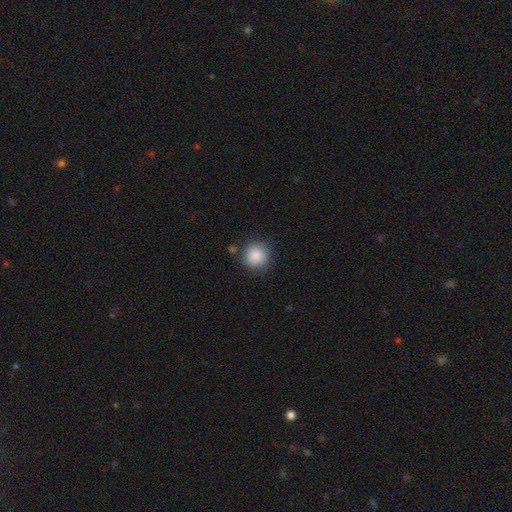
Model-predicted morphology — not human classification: Smooth or featured? smooth (88%)
How rounded? round (90%)
Merging? none (79%)